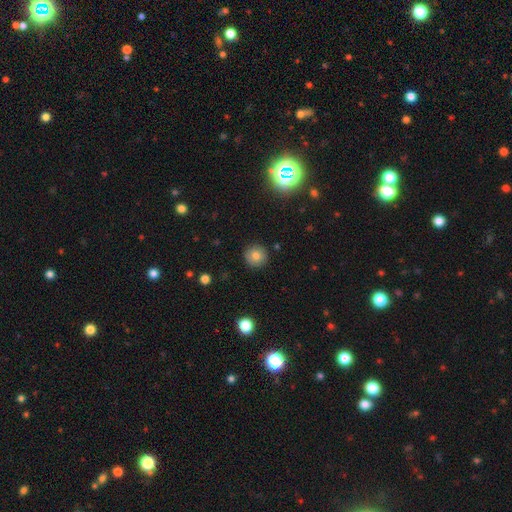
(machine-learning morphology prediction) smooth_or_featured: smooth (p=0.79) [alt: star or artifact p=0.11]
how_rounded: round (p=0.95) [alt: in between p=0.04]
merging: none (p=0.90) [alt: minor disturbance p=0.07]